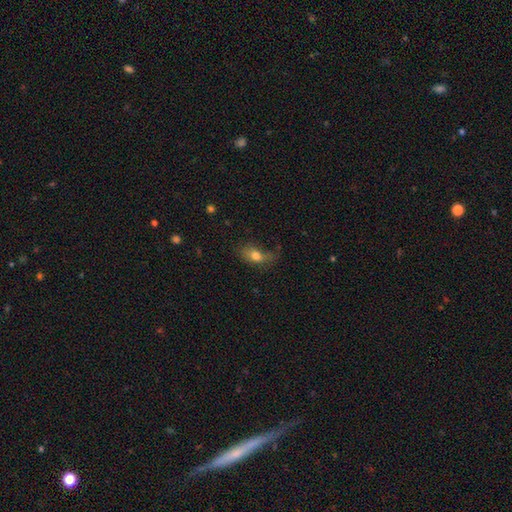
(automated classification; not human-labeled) Smooth or featured: smooth — 76% (featured or disk — 13%)
How rounded: in between — 78% (round — 17%)
Merging: none — 42% (minor disturbance — 32%)